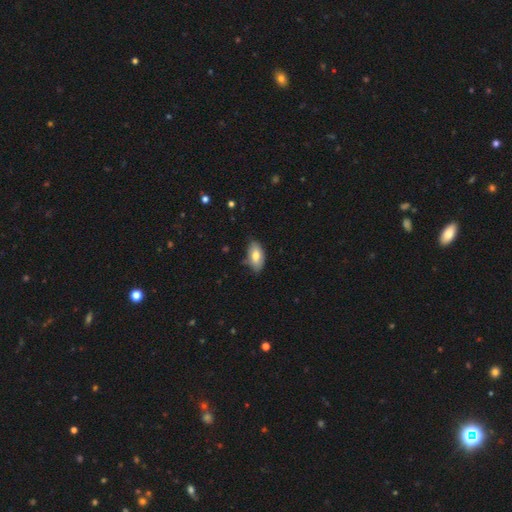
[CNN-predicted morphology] Smooth or featured?
  - smooth: 72% *
  - featured or disk: 21%
  - star or artifact: 7%
How rounded?
  - in between: 92% *
  - cigar-shaped: 4%
  - round: 3%
Merging?
  - none: 65% *
  - minor disturbance: 28%
  - major disturbance: 5%
  - merger: 2%